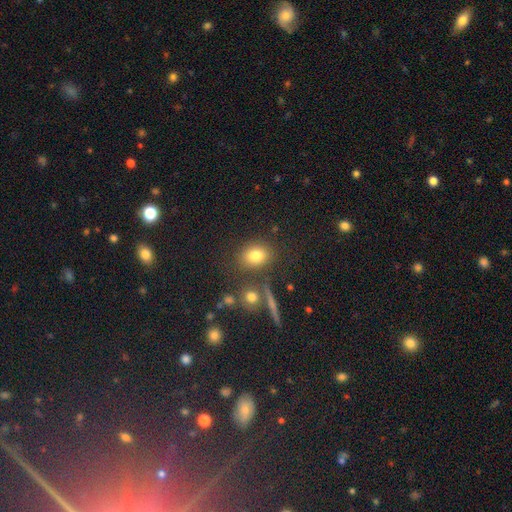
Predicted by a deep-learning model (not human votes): A smooth galaxy with no disk features (77%) that is round (52%).

Vote fractions:
- Smooth or featured? smooth: 77% / star or artifact: 14% / featured or disk: 9%
- How rounded? round: 52% / in between: 46% / cigar-shaped: 2%
- Merging? none: 79% / minor disturbance: 10% / merger: 6% / major disturbance: 4%